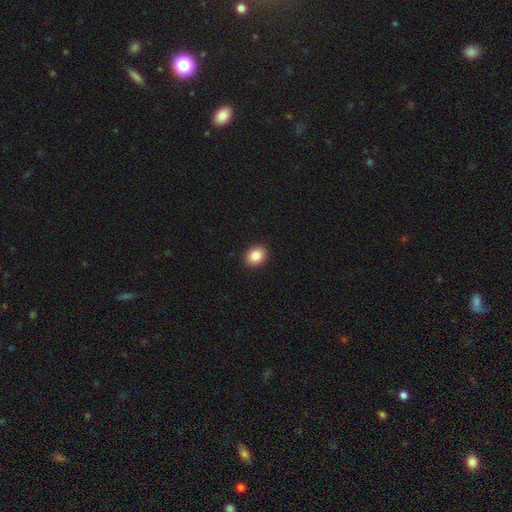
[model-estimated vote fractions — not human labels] The model was most divided on "how rounded": in between: 52%, round: 47%, cigar-shaped: 1%. More confident: merging — none (92%); smooth or featured — smooth (86%).